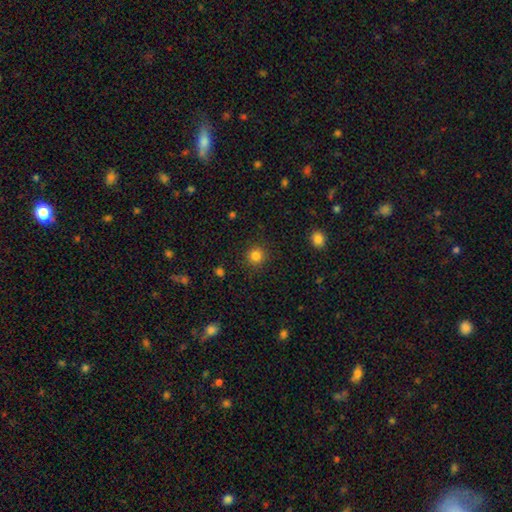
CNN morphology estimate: The model was most divided on "smooth or featured": smooth: 83%, star or artifact: 12%, featured or disk: 4%. More confident: how rounded — round (93%); merging — none (89%).